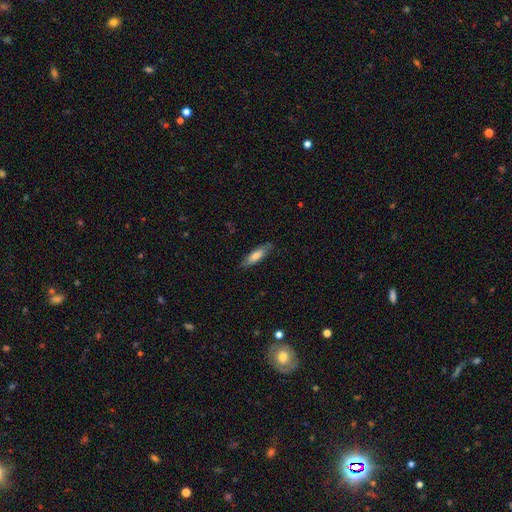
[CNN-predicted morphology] Smooth or featured: smooth — 71% (featured or disk — 23%)
How rounded: cigar-shaped — 58% (in between — 40%)
Merging: none — 80% (minor disturbance — 16%)